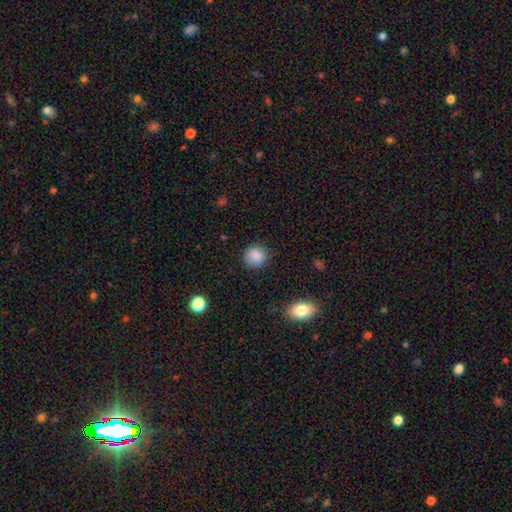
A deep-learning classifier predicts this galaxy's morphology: Smooth or featured? Predicted: smooth (p=0.87). How rounded? Predicted: round (p=0.86). Merging? Predicted: none (p=0.87).